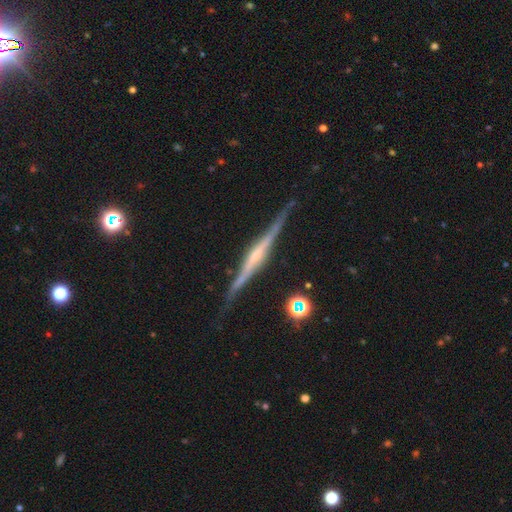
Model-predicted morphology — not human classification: Smooth or featured? featured or disk (85%)
Edge-on disk? yes (98%)
Edge-on bulge? rounded (61%)
Merging? none (85%)